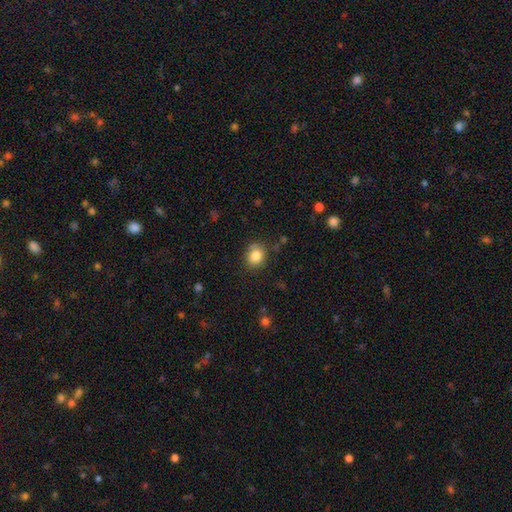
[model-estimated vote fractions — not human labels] Smooth or featured: smooth — 84% (star or artifact — 10%)
How rounded: round — 71% (in between — 28%)
Merging: none — 80% (minor disturbance — 14%)